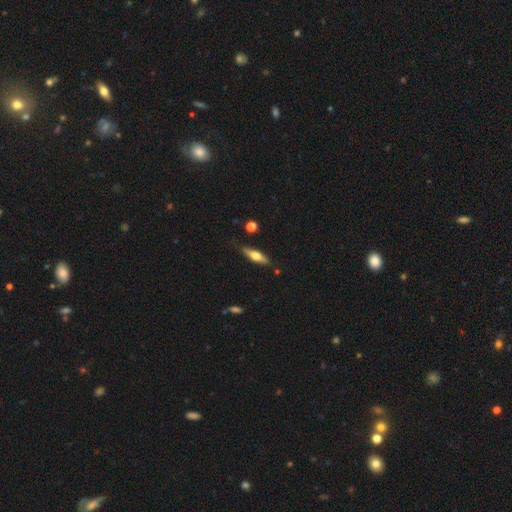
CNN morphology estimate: Smooth or featured? smooth (49%)
Merging? none (80%)